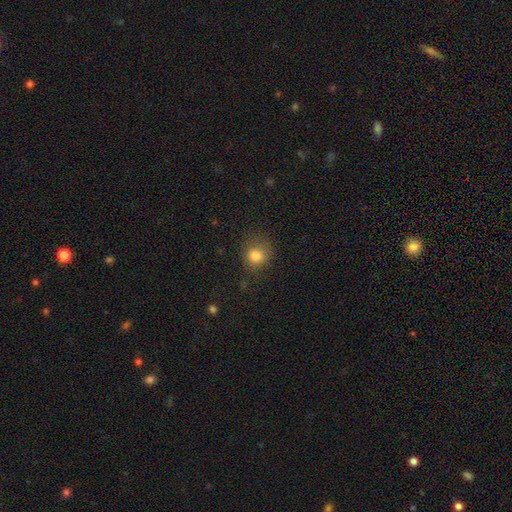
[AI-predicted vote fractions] Smooth or featured?
  - smooth: 82% *
  - star or artifact: 11%
  - featured or disk: 7%
How rounded?
  - round: 78% *
  - in between: 21%
  - cigar-shaped: 1%
Merging?
  - none: 71% *
  - minor disturbance: 19%
  - major disturbance: 8%
  - merger: 2%